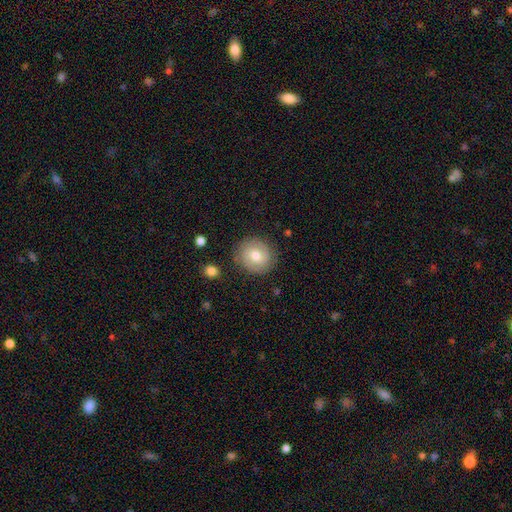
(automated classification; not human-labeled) smooth 64%, featured or disk 28%, star or artifact 8%. Down the decision tree: how rounded — round (84%); merging — none (84%).